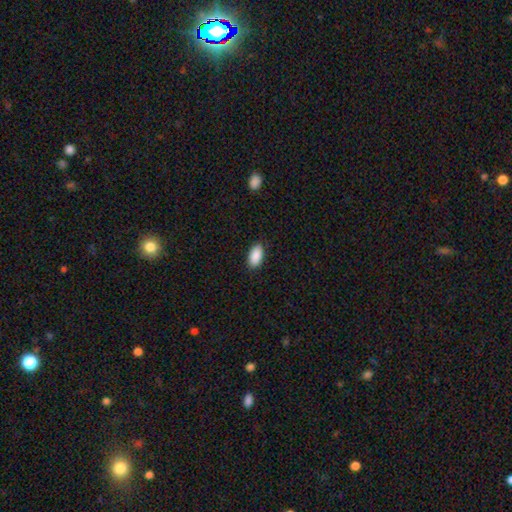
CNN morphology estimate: This is clearly a smooth galaxy (90%). How rounded: clearly in between (94%). Merging: clearly none (88%).